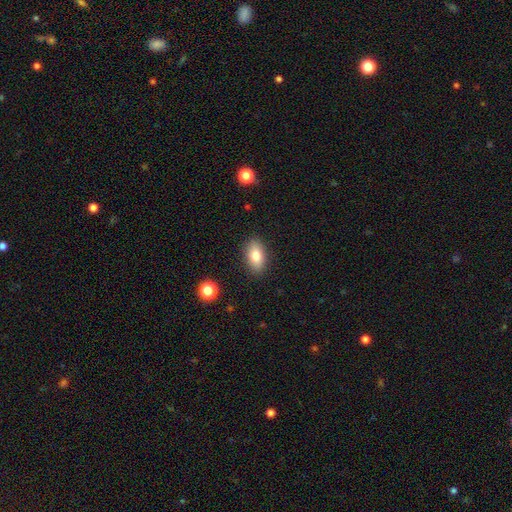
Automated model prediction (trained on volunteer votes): Smooth or featured? smooth (80%)
How rounded? in between (89%)
Merging? none (88%)